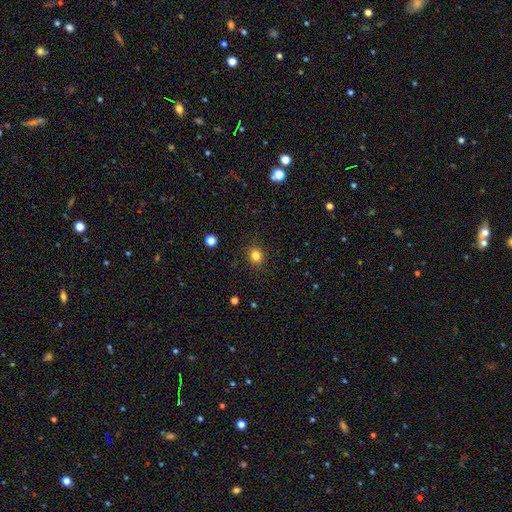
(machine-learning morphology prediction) A smooth galaxy with no disk features (83%) that is round (75%). Merging: none (89%).